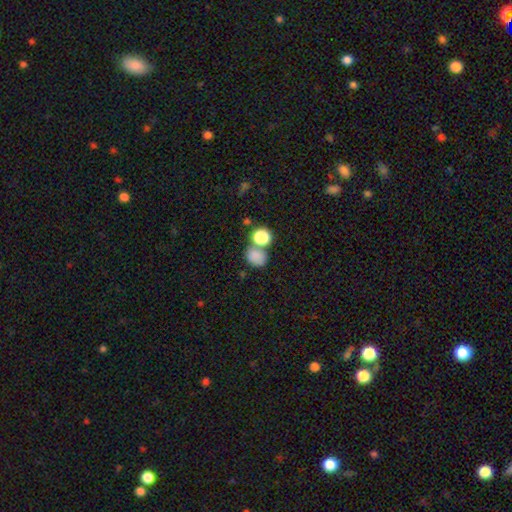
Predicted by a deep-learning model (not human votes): The model was most divided on "merging": none: 43%, merger: 40%, minor disturbance: 12%, major disturbance: 6%. More confident: smooth or featured — smooth (81%); how rounded — round (53%).